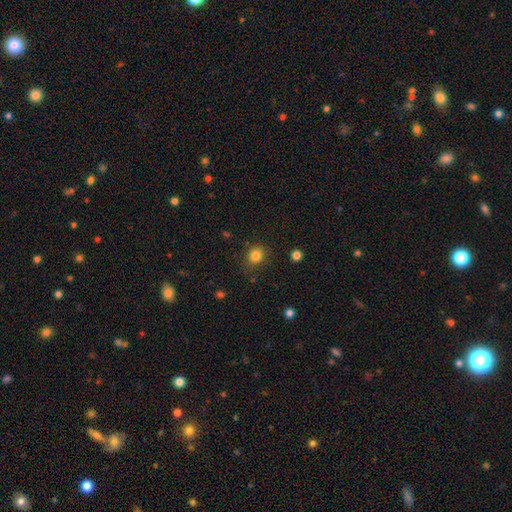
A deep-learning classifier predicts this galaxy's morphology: Smooth or featured?
  - smooth: 83% *
  - star or artifact: 12%
  - featured or disk: 5%
How rounded?
  - round: 75% *
  - in between: 24%
  - cigar-shaped: 1%
Merging?
  - none: 81% *
  - minor disturbance: 13%
  - major disturbance: 4%
  - merger: 2%